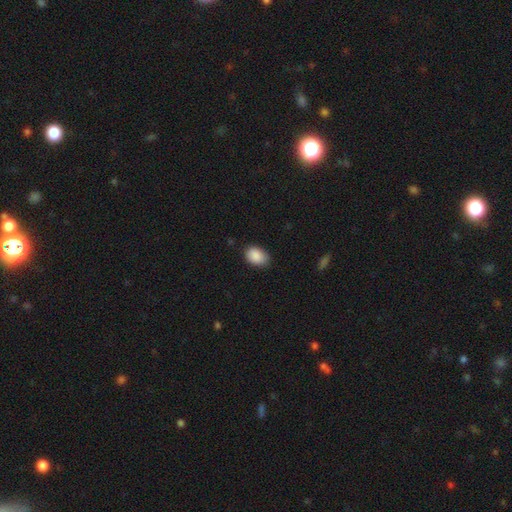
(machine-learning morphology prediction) Smooth or featured?
  - smooth: 89% *
  - star or artifact: 7%
  - featured or disk: 4%
How rounded?
  - in between: 77% *
  - round: 22%
  - cigar-shaped: 1%
Merging?
  - none: 78% *
  - minor disturbance: 18%
  - major disturbance: 3%
  - merger: 1%